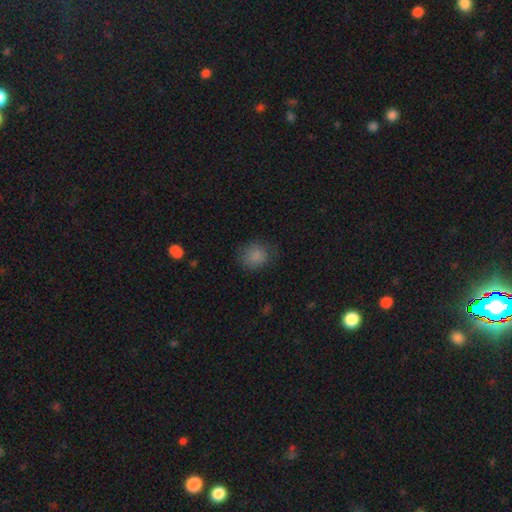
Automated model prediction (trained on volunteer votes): A smooth galaxy with no disk features (85%) that is round (73%). Merging: none (77%).